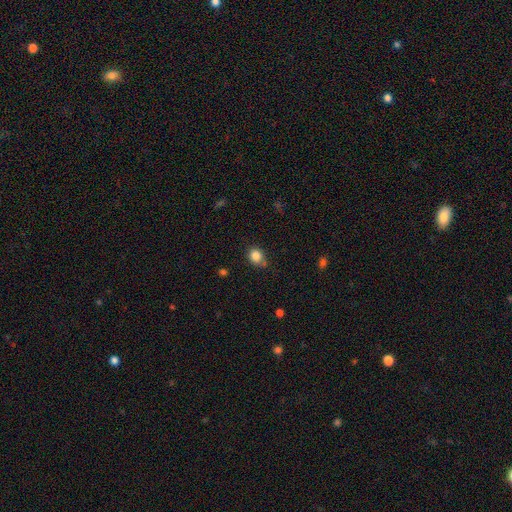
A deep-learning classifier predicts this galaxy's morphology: Smooth or featured? smooth (84%)
How rounded? round (68%)
Merging? none (69%)